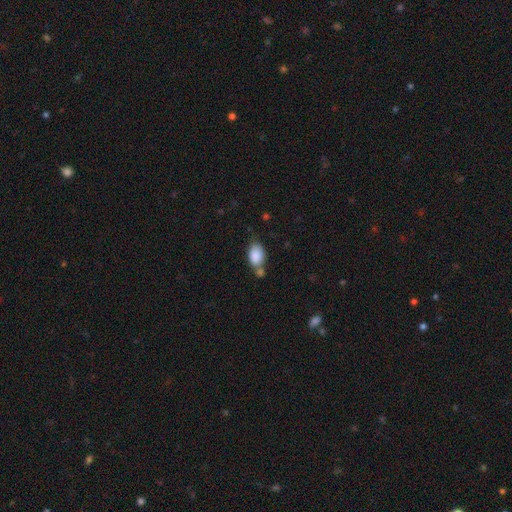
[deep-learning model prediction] Smooth or featured: smooth — 87% (star or artifact — 7%)
How rounded: in between — 87% (round — 12%)
Merging: none — 47% (merger — 29%)